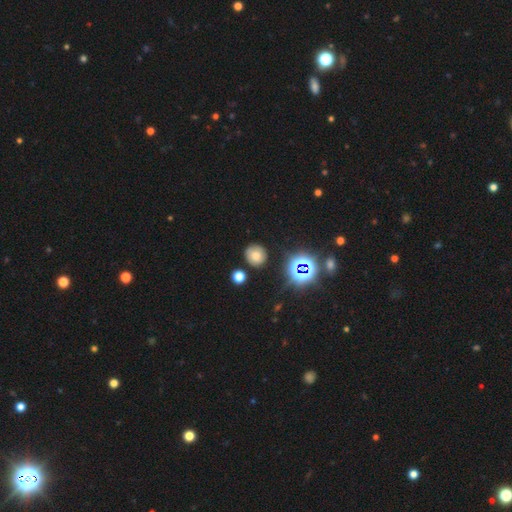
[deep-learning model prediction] smooth_or_featured: smooth (p=0.67) [alt: star or artifact p=0.20]
how_rounded: round (p=0.85) [alt: in between p=0.14]
merging: none (p=0.79) [alt: minor disturbance p=0.13]